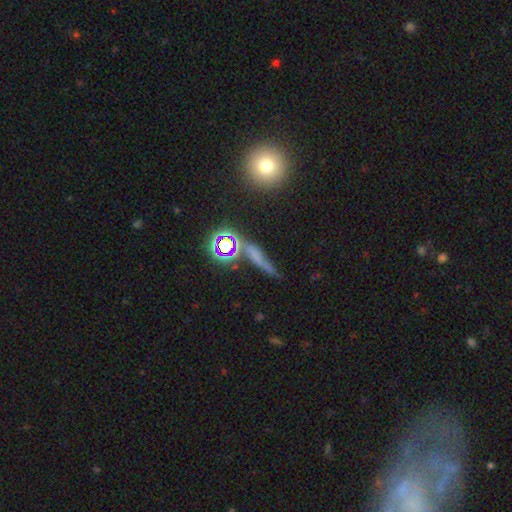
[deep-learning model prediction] Q: Smooth or featured?
A: smooth (44%); runner-up: star or artifact (33%)
Q: Merging?
A: none (65%); runner-up: minor disturbance (18%)